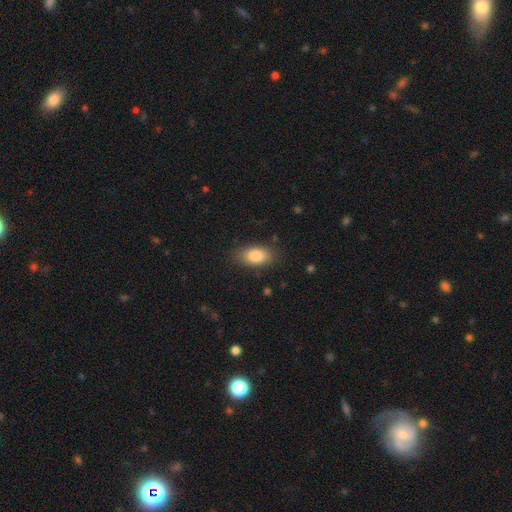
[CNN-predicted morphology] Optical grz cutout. It shows a smooth galaxy with no disk features (84%) that is in between round and cigar-shaped (90%). Merging: none (84%).